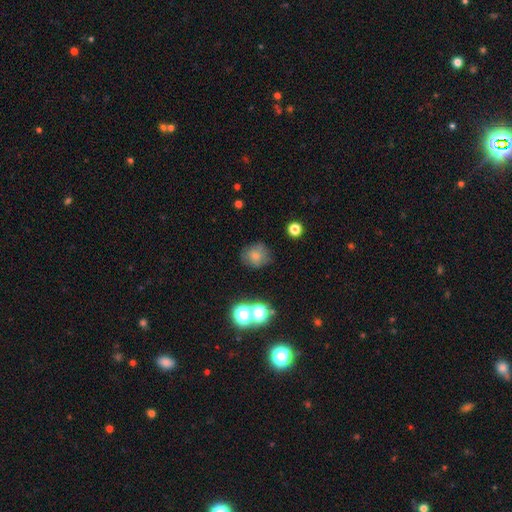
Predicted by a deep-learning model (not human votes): A smooth galaxy with no disk features (73%) that is round (83%).

Vote fractions:
- Smooth or featured? smooth: 73% / star or artifact: 16% / featured or disk: 11%
- How rounded? round: 83% / in between: 16% / cigar-shaped: 1%
- Merging? none: 74% / minor disturbance: 16% / major disturbance: 6% / merger: 5%